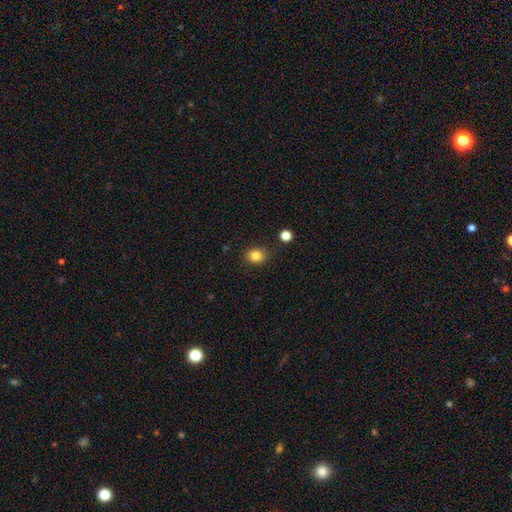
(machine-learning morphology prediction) This appears to be a smooth galaxy with no disk features (83%) that is round (71%). Merging: none (86%).